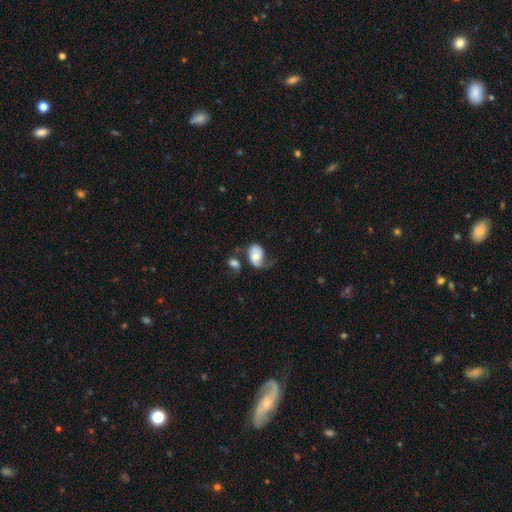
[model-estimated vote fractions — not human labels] Smooth or featured: featured or disk — 53% (smooth — 40%)
Edge-on disk: no — 97% (yes — 3%)
Bar: no — 70% (weak — 23%)
Spiral arms: yes — 78% (no — 22%)
Bulge size: moderate — 61% (small — 24%)
Merging: none — 29% (major disturbance — 28%)